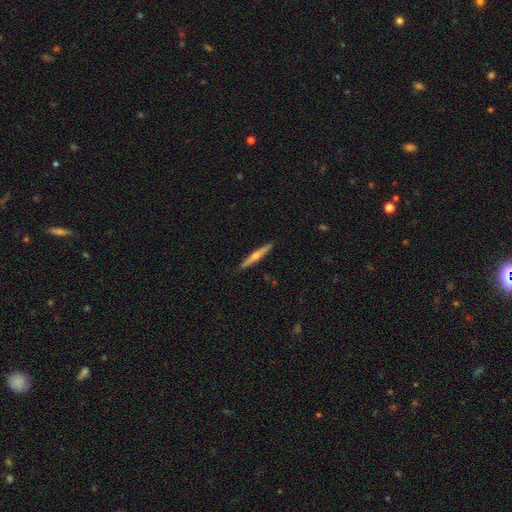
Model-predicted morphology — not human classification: Overall: featured or disk (60%; smooth 34%). Edge-on disk: yes (97%). Edge-on bulge: rounded (85%). Merging: none (91%).